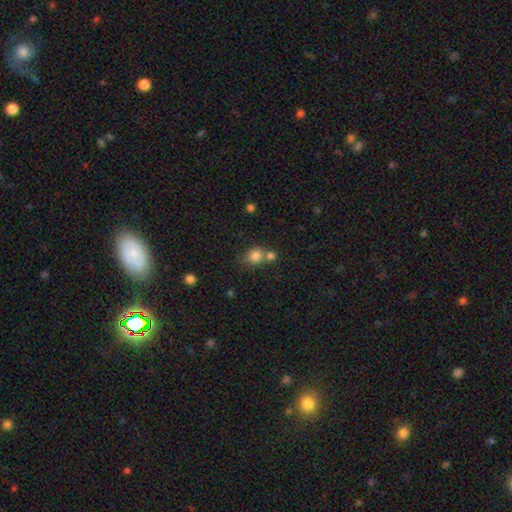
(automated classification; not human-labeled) Overall: smooth (81%). How rounded: round (76%). Merging: none (46%; merger 41%).